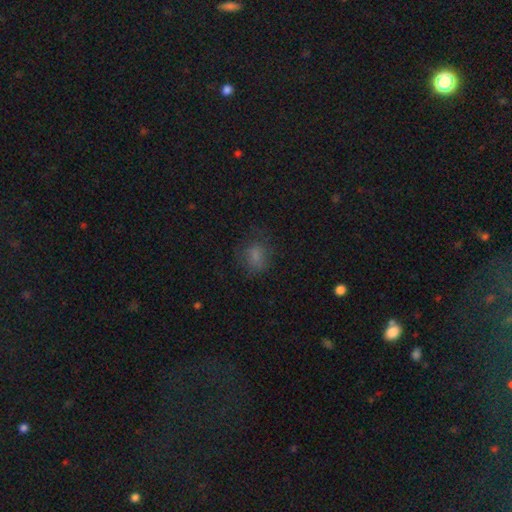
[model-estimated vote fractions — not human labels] Smooth or featured? Predicted: smooth (p=0.72). How rounded? Predicted: round (p=0.53). Merging? Predicted: none (p=0.65).